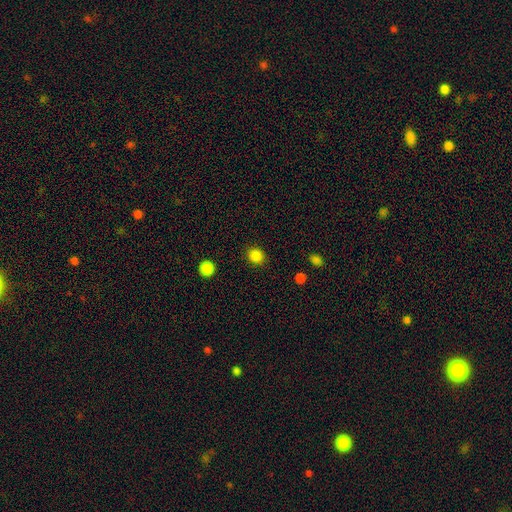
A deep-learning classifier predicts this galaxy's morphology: smooth-or-featured: smooth: 85% | star or artifact: 12% | featured or disk: 3%
  how-rounded: round: 82% | in between: 18% | cigar-shaped: 1%
  merging: none: 90% | minor disturbance: 6% | major disturbance: 2% | merger: 1%